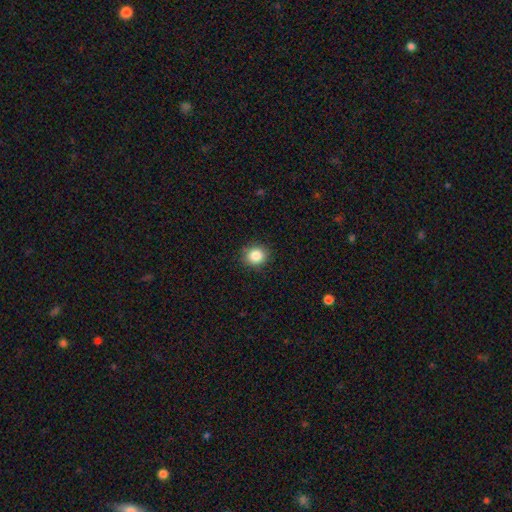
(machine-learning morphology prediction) Smooth or featured? smooth (85%)
How rounded? round (83%)
Merging? none (88%)